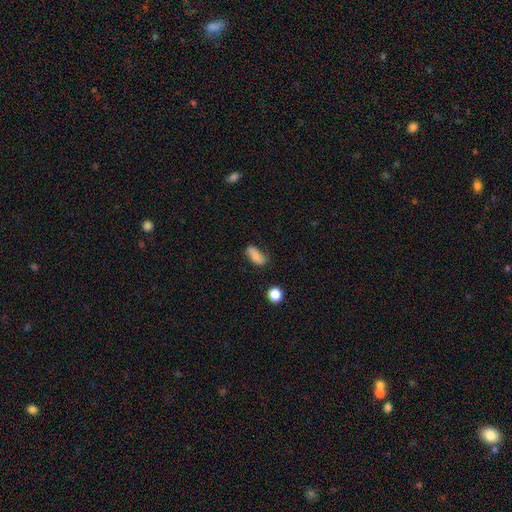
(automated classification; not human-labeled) A smooth galaxy with no disk features (76%) that is in between round and cigar-shaped (85%). Merging: none (66%).